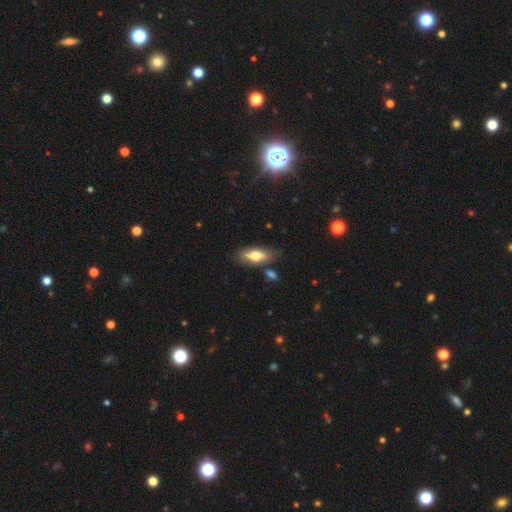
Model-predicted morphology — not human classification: smooth 63%, featured or disk 30%, star or artifact 7%. Down the decision tree: how rounded — in between (73%); merging — none (74%).